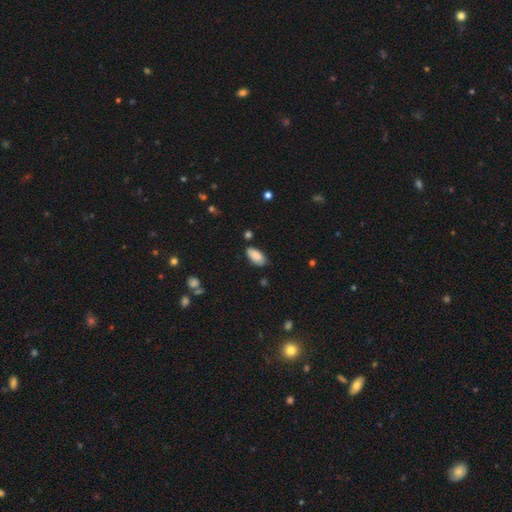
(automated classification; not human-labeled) smooth_or_featured: smooth (p=0.87) [alt: star or artifact p=0.07]
how_rounded: in between (p=0.92) [alt: cigar-shaped p=0.06]
merging: none (p=0.83) [alt: minor disturbance p=0.13]